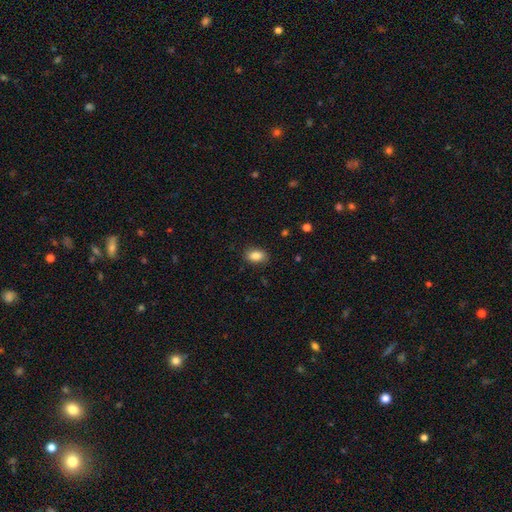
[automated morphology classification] The model was most divided on "how rounded": in between: 86%, round: 12%, cigar-shaped: 2%. More confident: smooth or featured — smooth (87%); merging — none (86%).